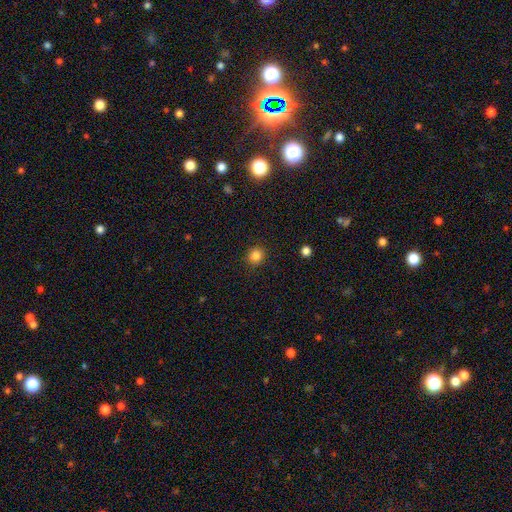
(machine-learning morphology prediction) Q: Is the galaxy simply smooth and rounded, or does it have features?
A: smooth — 84%.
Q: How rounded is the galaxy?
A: round — 88%.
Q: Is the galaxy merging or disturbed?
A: none — 90%.